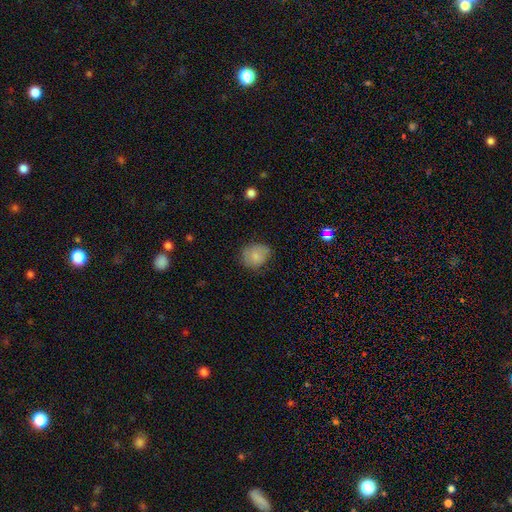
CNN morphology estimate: smooth-or-featured: smooth: 79% | featured or disk: 12% | star or artifact: 9%
  how-rounded: round: 70% | in between: 29% | cigar-shaped: 1%
  merging: none: 64% | minor disturbance: 27% | major disturbance: 7% | merger: 2%